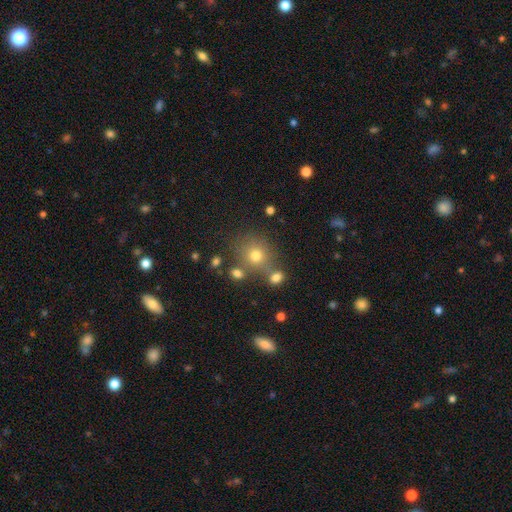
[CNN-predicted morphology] Smooth or featured?
  - smooth: 72% *
  - star or artifact: 16%
  - featured or disk: 11%
How rounded?
  - round: 83% *
  - in between: 16%
  - cigar-shaped: 1%
Merging?
  - none: 66% *
  - merger: 17%
  - minor disturbance: 11%
  - major disturbance: 5%